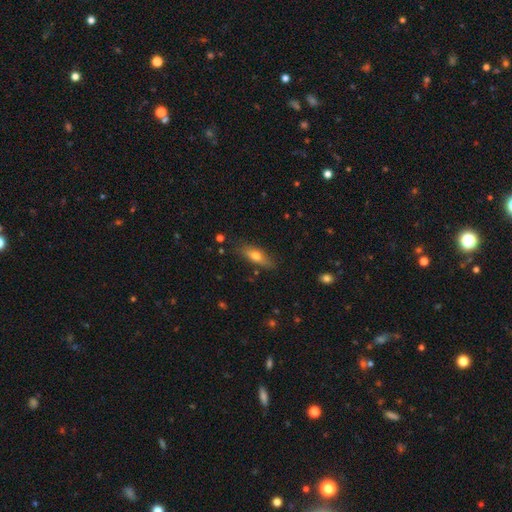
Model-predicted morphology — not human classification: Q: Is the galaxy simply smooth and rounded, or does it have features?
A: smooth — 64%.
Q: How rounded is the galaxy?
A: in between — 57%.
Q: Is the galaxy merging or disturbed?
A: none — 80%.